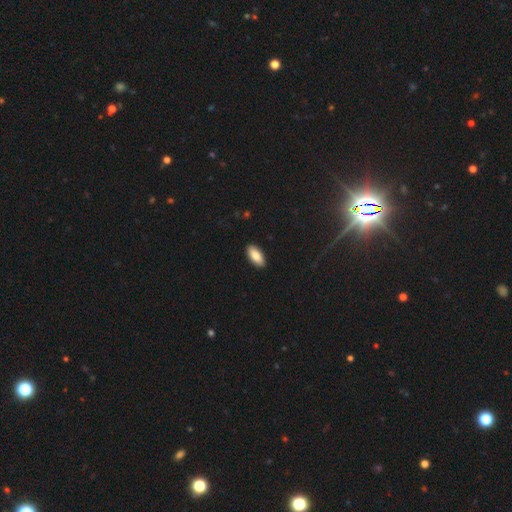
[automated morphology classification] A smooth galaxy with no disk features (84%) that is in between round and cigar-shaped (87%).

Vote fractions:
- Smooth or featured? smooth: 84% / featured or disk: 10% / star or artifact: 6%
- How rounded? in between: 87% / cigar-shaped: 11% / round: 2%
- Merging? none: 90% / minor disturbance: 7% / major disturbance: 2% / merger: 1%